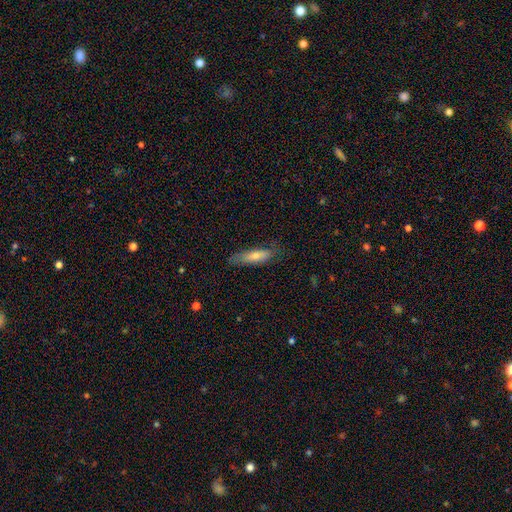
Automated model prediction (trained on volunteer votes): This is likely a smooth galaxy (62%). How rounded: likely cigar-shaped (67%). Merging: likely none (74%).